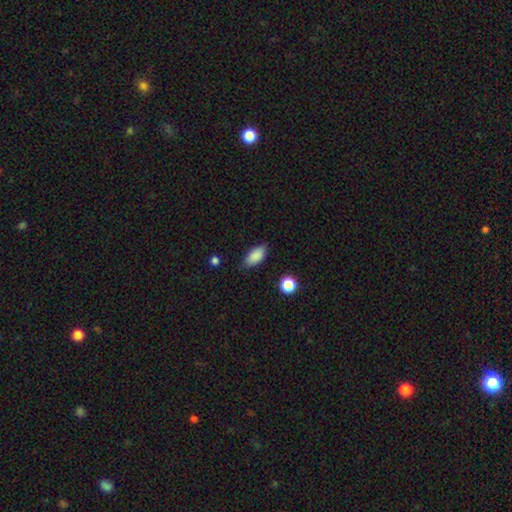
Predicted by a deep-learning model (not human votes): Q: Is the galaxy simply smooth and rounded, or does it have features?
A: smooth — 88%.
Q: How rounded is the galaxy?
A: in between — 89%.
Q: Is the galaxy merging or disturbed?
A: none — 81%.